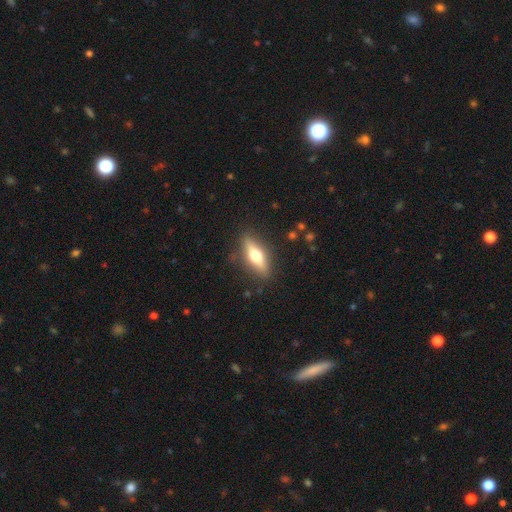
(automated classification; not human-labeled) Q: Smooth or featured?
A: smooth (48%); runner-up: featured or disk (45%)
Q: Merging?
A: none (85%); runner-up: minor disturbance (11%)